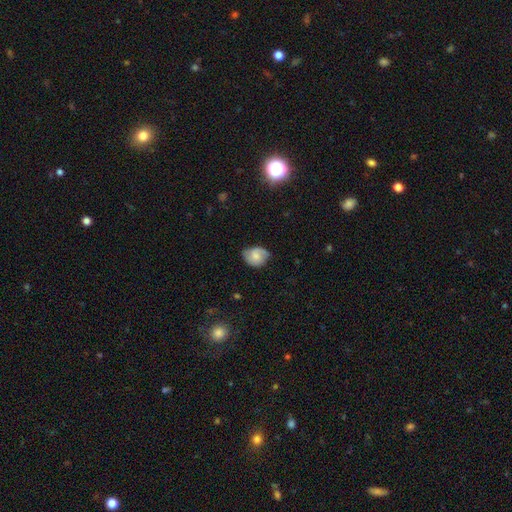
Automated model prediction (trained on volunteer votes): The model was most divided on "smooth or featured" (2-way tie): smooth: 46%, featured or disk: 46%, star or artifact: 8%. More confident: merging — none (63%).